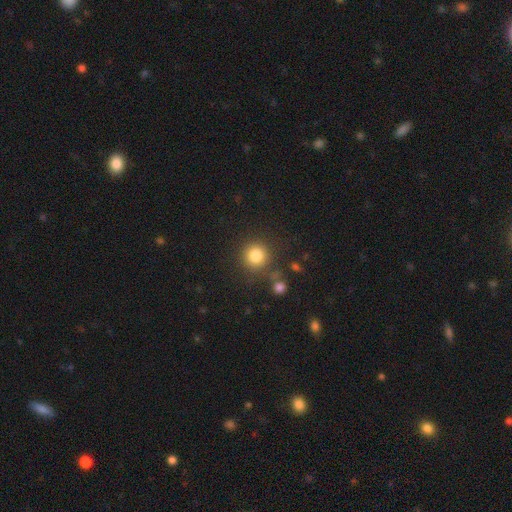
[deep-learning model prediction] Overall: smooth (83%). How rounded: round (93%). Merging: none (80%).